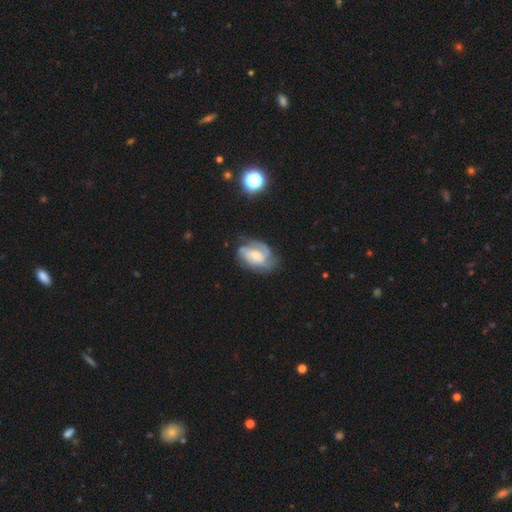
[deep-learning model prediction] This appears to be a featured or disk galaxy (73%) with no bar (60%), 2 (36%) tight (45%) spiral arms (89%) and a moderate central bulge (39%). Merging: none (56%).